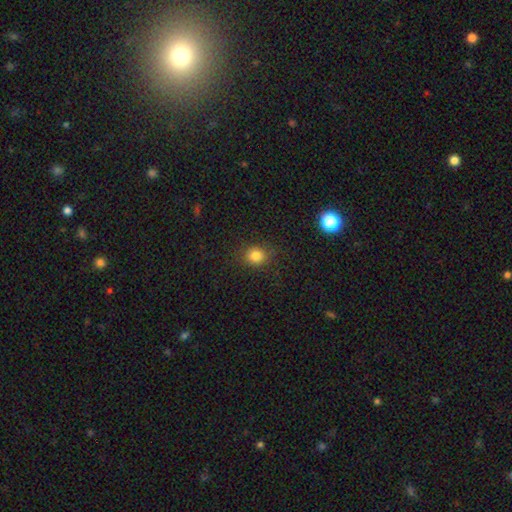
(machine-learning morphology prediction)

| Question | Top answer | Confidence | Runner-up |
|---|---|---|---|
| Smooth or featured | smooth | 82% | star or artifact (13%) |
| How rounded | round | 74% | in between (25%) |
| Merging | none | 85% | minor disturbance (11%) |